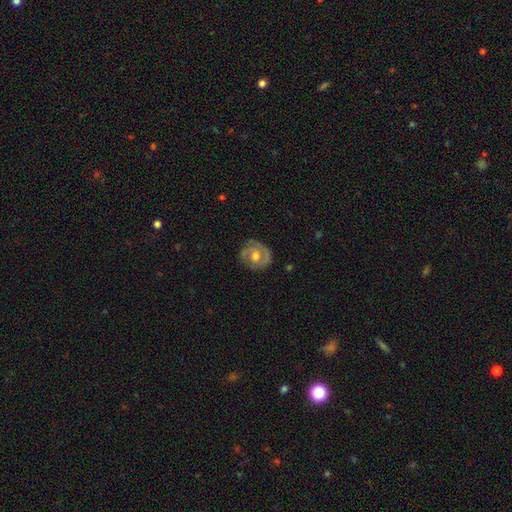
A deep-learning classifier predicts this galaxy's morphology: Smooth or featured: featured or disk — 71% (smooth — 23%)
Edge-on disk: no — 97% (yes — 3%)
Bar: no — 66% (weak — 28%)
Spiral arms: yes — 81% (no — 19%)
Spiral winding: tight — 56% (medium — 34%)
Spiral arm count: 2 — 58% (can't tell — 19%)
Bulge size: moderate — 70% (small — 16%)
Merging: none — 77% (minor disturbance — 16%)